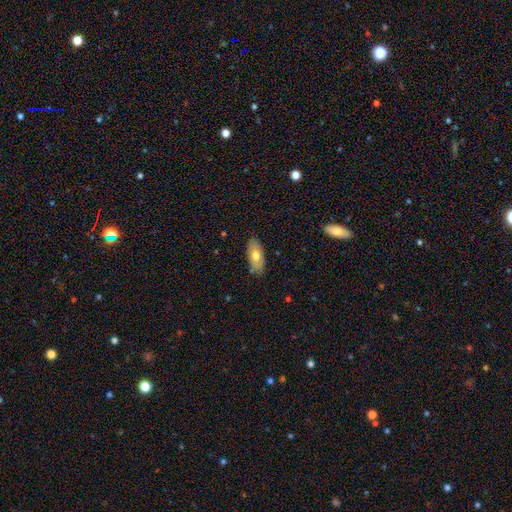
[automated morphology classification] A smooth galaxy with no disk features (68%) that is in between round and cigar-shaped (87%).

Vote fractions:
- Smooth or featured? smooth: 68% / featured or disk: 25% / star or artifact: 7%
- How rounded? in between: 87% / cigar-shaped: 10% / round: 3%
- Merging? none: 83% / minor disturbance: 13% / major disturbance: 2% / merger: 2%